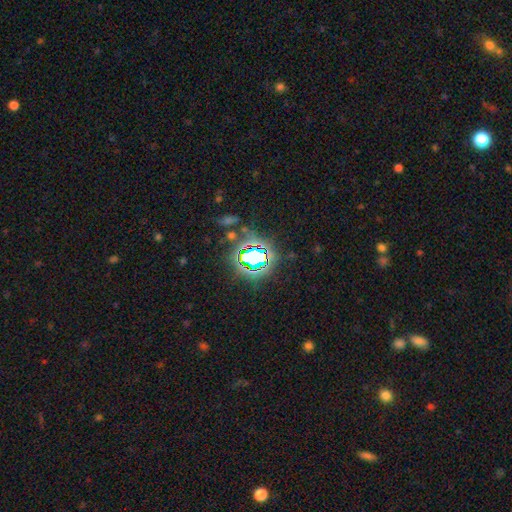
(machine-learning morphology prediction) type=star or artifact (67%).